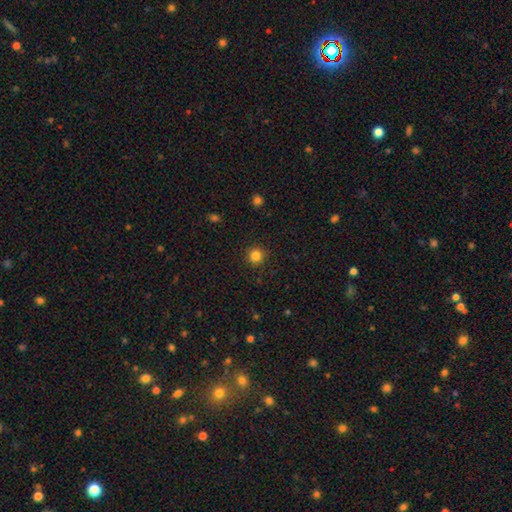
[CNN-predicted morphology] A smooth galaxy with no disk features (83%) that is round (94%).

Vote fractions:
- Smooth or featured? smooth: 83% / star or artifact: 13% / featured or disk: 4%
- How rounded? round: 94% / in between: 5% / cigar-shaped: 1%
- Merging? none: 90% / minor disturbance: 6% / major disturbance: 2% / merger: 1%